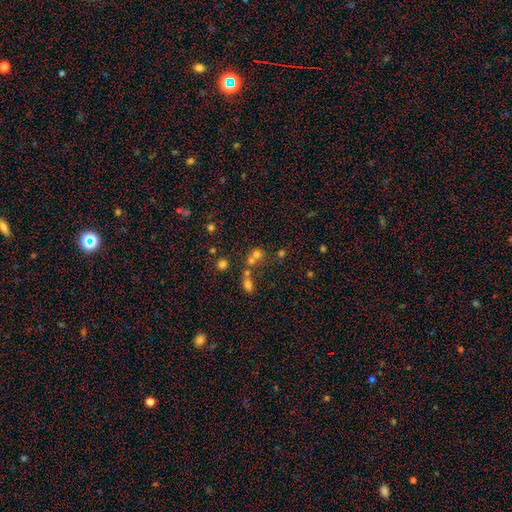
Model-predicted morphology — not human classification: smooth-or-featured: smooth: 51% | star or artifact: 34% | featured or disk: 15%
  how-rounded: round: 75% | in between: 24% | cigar-shaped: 2%
  merging: none: 46% | merger: 40% | minor disturbance: 8% | major disturbance: 6%